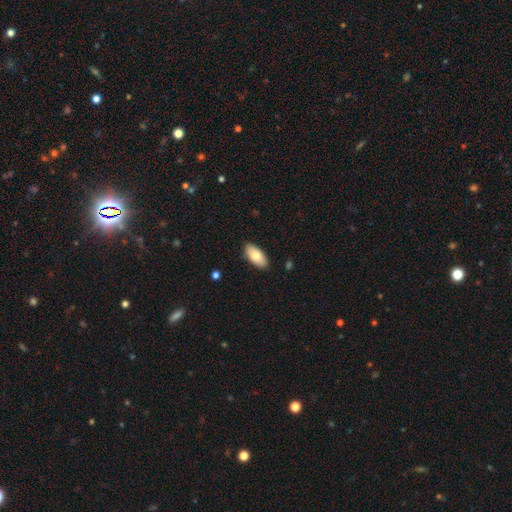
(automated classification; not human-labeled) smooth-or-featured: smooth: 79% | featured or disk: 15% | star or artifact: 6%
  how-rounded: in between: 93% | cigar-shaped: 5% | round: 2%
  merging: none: 88% | minor disturbance: 10% | major disturbance: 2% | merger: 1%